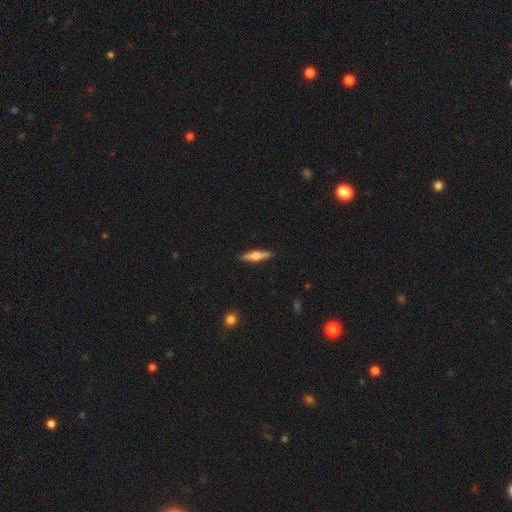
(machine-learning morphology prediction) Smooth or featured? featured or disk (48%)
Merging? none (91%)